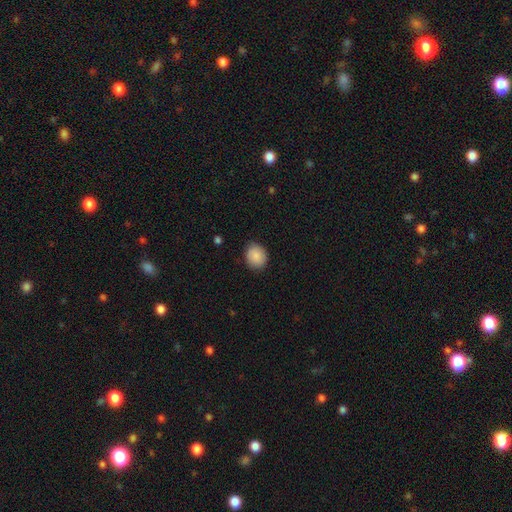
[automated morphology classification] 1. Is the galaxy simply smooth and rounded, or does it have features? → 87% smooth, 7% star or artifact, 6% featured or disk.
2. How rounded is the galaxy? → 65% round, 34% in between, 1% cigar-shaped.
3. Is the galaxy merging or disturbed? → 83% none, 13% minor disturbance, 3% major disturbance, 1% merger.